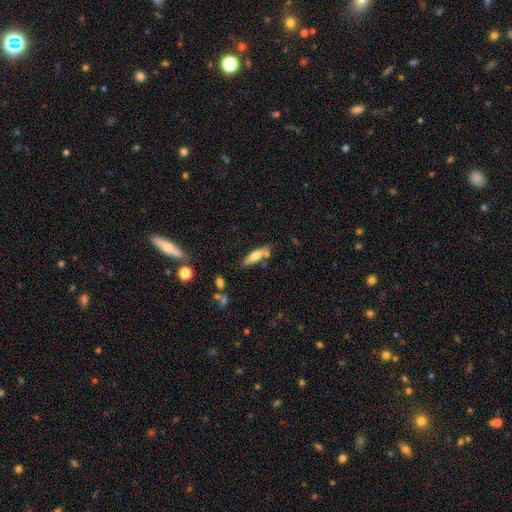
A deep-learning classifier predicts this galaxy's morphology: type=smooth (60%); roundness=cigar-shaped (62%); merging=none (68%).